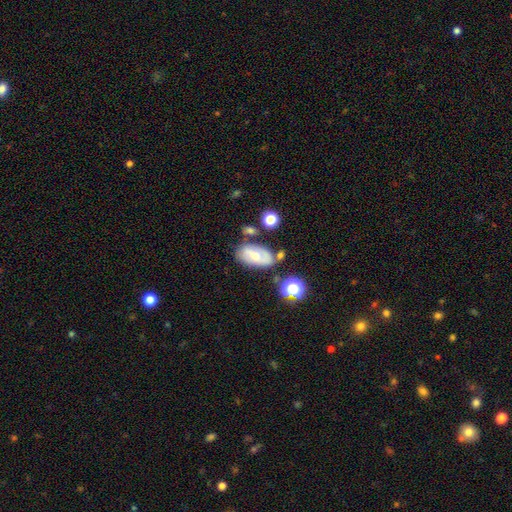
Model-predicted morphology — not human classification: This appears to be a smooth galaxy with no disk features (47%). Merging: none (61%).